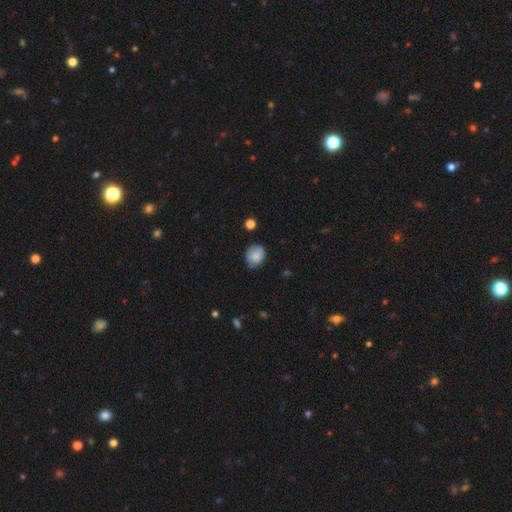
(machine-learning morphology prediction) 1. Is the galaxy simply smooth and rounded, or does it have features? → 79% smooth, 13% featured or disk, 8% star or artifact.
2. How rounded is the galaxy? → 61% round, 38% in between, 1% cigar-shaped.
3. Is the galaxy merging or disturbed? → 66% none, 28% minor disturbance, 5% major disturbance, 2% merger.